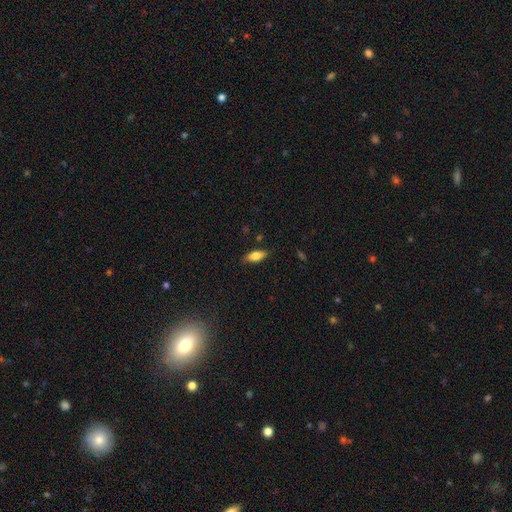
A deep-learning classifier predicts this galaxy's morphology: smooth_or_featured: smooth (p=0.76) [alt: featured or disk p=0.17]
how_rounded: in between (p=0.79) [alt: cigar-shaped p=0.18]
merging: none (p=0.84) [alt: minor disturbance p=0.13]